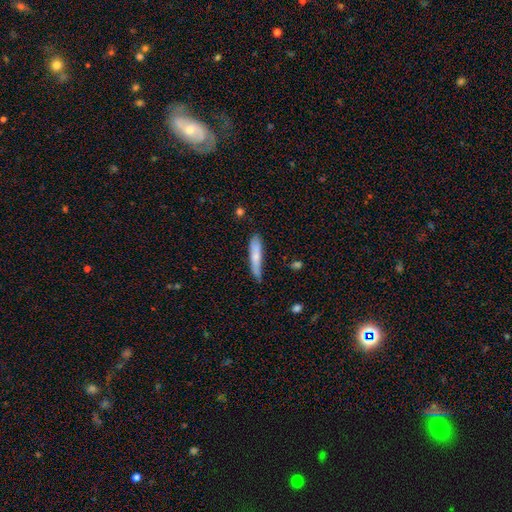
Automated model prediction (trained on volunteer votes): This appears to be a smooth galaxy with no disk features (71%) that is cigar-shaped (84%). Merging: none (64%).